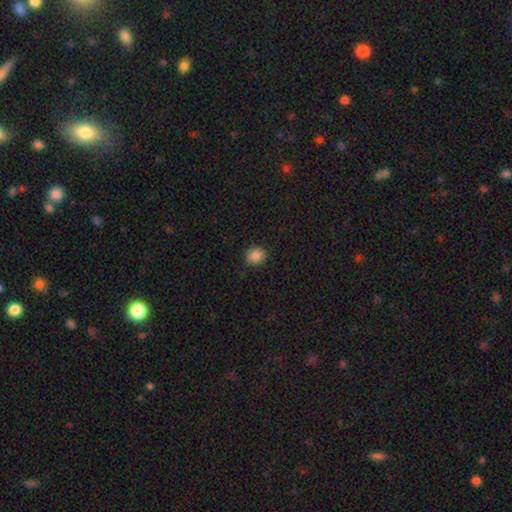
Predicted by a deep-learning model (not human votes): Smooth or featured?
  - smooth: 85% *
  - star or artifact: 10%
  - featured or disk: 5%
How rounded?
  - round: 84% *
  - in between: 15%
  - cigar-shaped: 1%
Merging?
  - none: 90% *
  - minor disturbance: 7%
  - major disturbance: 2%
  - merger: 1%